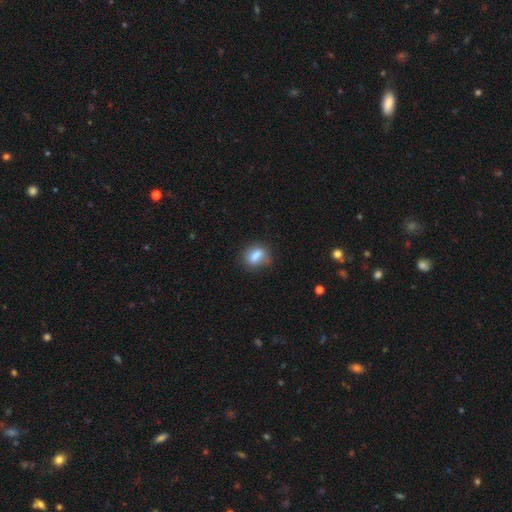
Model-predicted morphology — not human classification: A smooth galaxy with no disk features (77%) that is in between round and cigar-shaped (64%). Merging: none (68%).